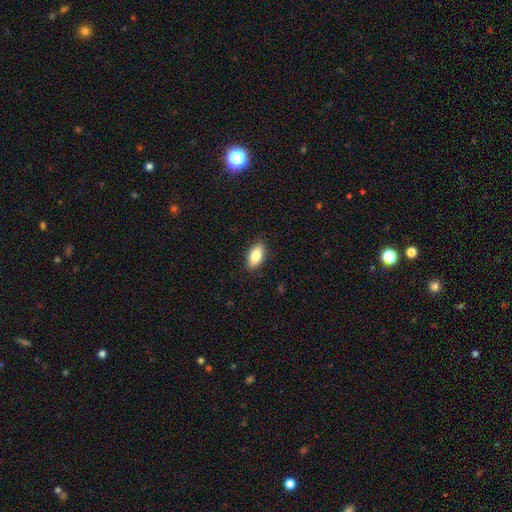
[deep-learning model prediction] This is clearly a smooth galaxy (82%). How rounded: clearly in between (91%). Merging: clearly none (88%).